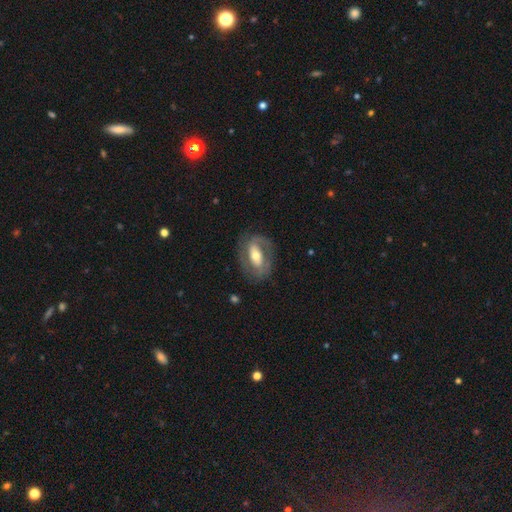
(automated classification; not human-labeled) Smooth or featured?
  - featured or disk: 70% *
  - smooth: 24%
  - star or artifact: 6%
Edge-on disk?
  - no: 93% *
  - yes: 7%
Bar?
  - strong: 39% *
  - weak: 31%
  - no: 30%
Spiral arms?
  - yes: 71% *
  - no: 29%
Bulge size?
  - moderate: 64% *
  - small: 19%
  - large: 14%
  - dominant: 2%
  - none: 1%
Merging?
  - none: 72% *
  - minor disturbance: 16%
  - major disturbance: 10%
  - merger: 1%